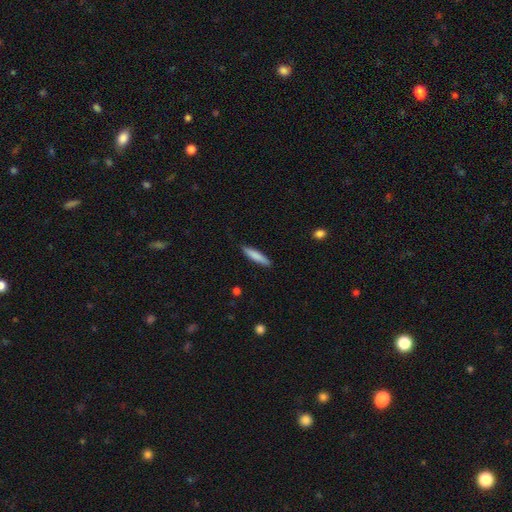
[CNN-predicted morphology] A smooth galaxy with no disk features (82%) that is cigar-shaped (86%). Merging: none (89%).